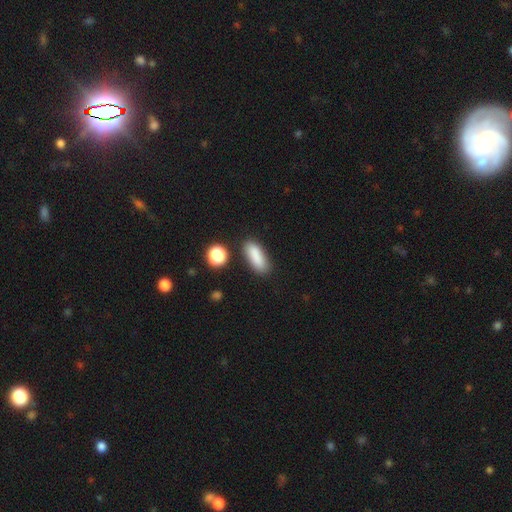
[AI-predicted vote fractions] Smooth or featured: smooth — 86% (star or artifact — 8%)
How rounded: in between — 65% (cigar-shaped — 32%)
Merging: none — 79% (minor disturbance — 12%)